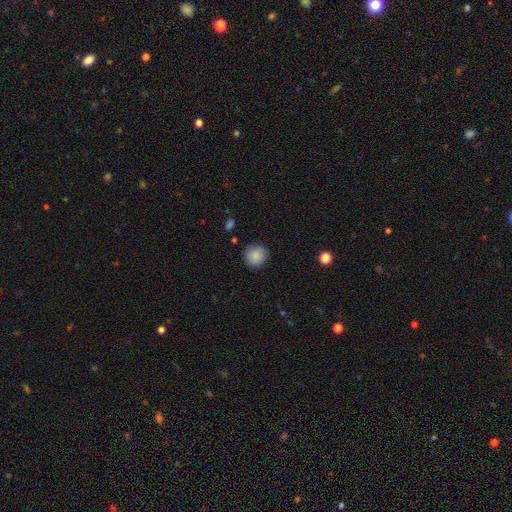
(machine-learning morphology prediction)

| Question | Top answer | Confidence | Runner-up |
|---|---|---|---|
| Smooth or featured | smooth | 88% | star or artifact (8%) |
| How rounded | round | 87% | in between (12%) |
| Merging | none | 86% | minor disturbance (10%) |